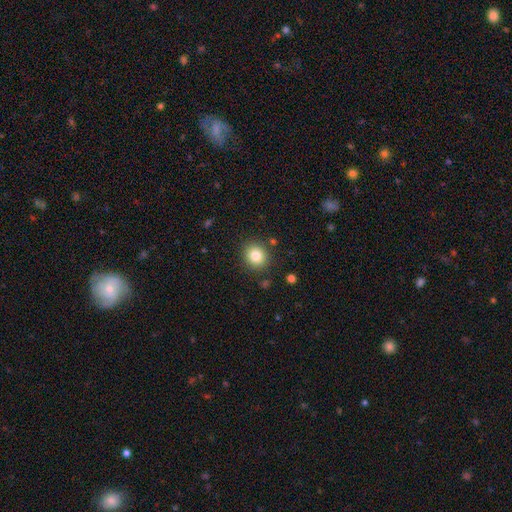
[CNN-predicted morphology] This is clearly a smooth galaxy (83%). How rounded: clearly round (80%). Merging: clearly none (87%).